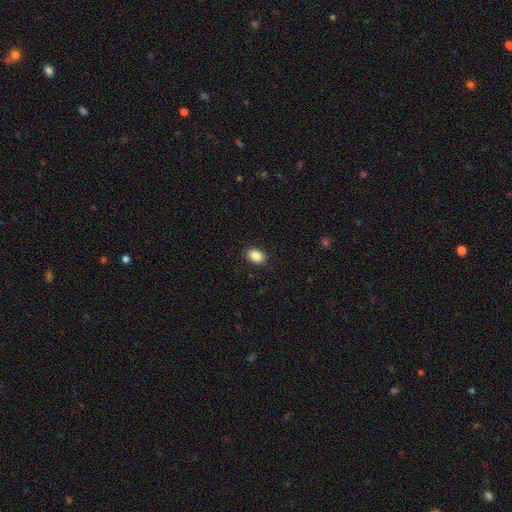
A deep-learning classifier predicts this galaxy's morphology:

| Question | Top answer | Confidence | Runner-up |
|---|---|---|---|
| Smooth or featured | smooth | 88% | star or artifact (8%) |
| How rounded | in between | 80% | round (19%) |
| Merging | none | 90% | minor disturbance (7%) |